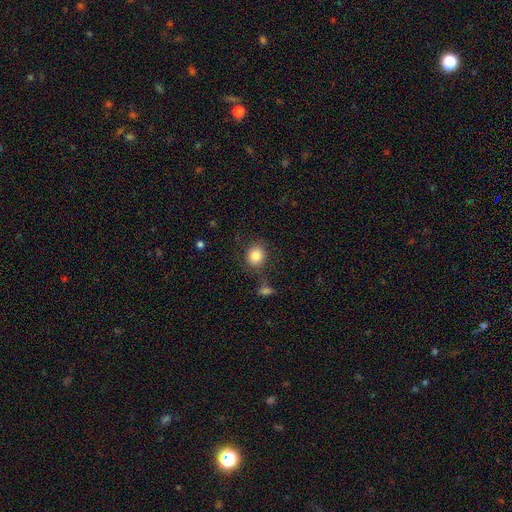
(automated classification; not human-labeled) smooth_or_featured: smooth (p=0.84) [alt: star or artifact p=0.10]
how_rounded: round (p=0.78) [alt: in between p=0.21]
merging: none (p=0.79) [alt: minor disturbance p=0.12]